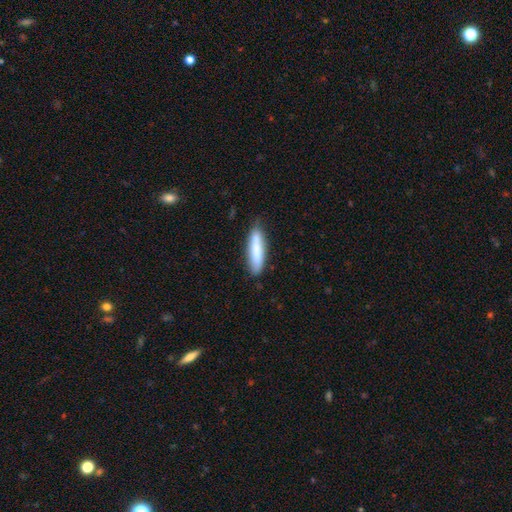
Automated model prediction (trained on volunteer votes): Q: Smooth or featured?
A: smooth (78%); runner-up: featured or disk (16%)
Q: How rounded?
A: cigar-shaped (72%); runner-up: in between (27%)
Q: Merging?
A: none (74%); runner-up: minor disturbance (20%)